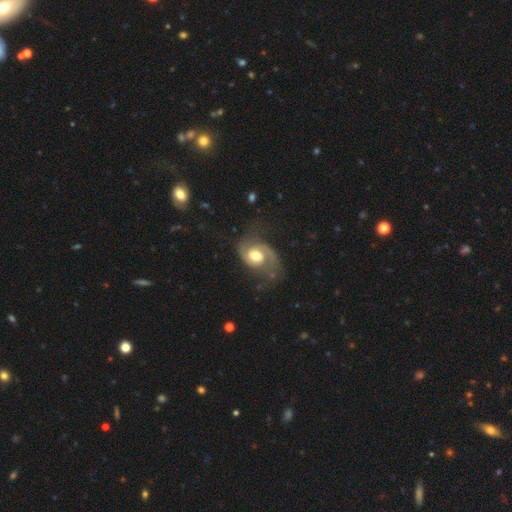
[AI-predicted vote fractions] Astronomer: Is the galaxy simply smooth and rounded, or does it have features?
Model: featured or disk — 81%.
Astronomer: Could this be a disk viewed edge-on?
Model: no — 97%.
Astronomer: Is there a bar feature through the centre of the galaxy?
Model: no — 62%.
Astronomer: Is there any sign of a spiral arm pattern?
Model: yes — 94%.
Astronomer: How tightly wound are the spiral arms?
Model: medium — 48% (runner-up: loose, 27%).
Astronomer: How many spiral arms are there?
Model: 2 — 80%.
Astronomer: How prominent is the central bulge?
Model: moderate — 65%.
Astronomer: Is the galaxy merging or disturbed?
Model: none — 55%.